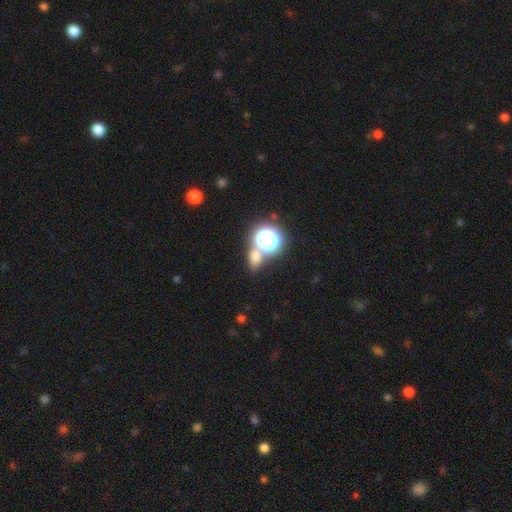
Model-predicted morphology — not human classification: The model was most divided on "how rounded": round: 56%, in between: 42%, cigar-shaped: 3%. More confident: smooth or featured — smooth (58%); merging — none (57%).